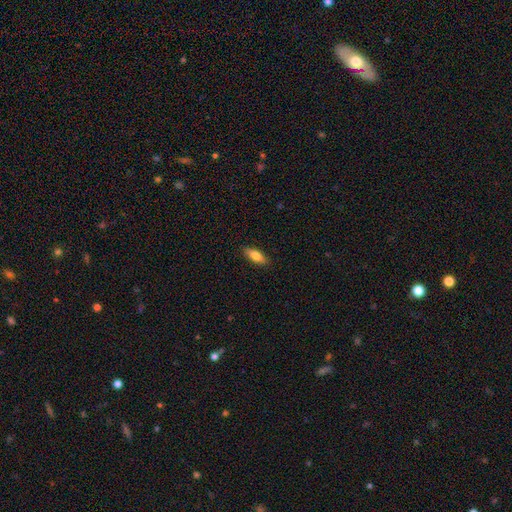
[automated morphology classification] Smooth or featured? smooth (75%)
How rounded? in between (66%)
Merging? none (88%)